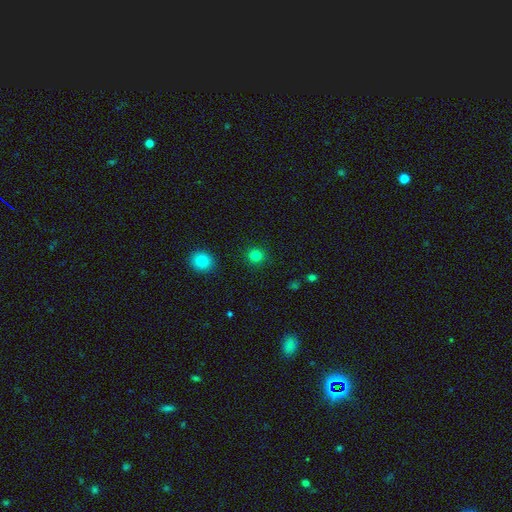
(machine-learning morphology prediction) Overall: smooth (82%). How rounded: round (92%). Merging: none (91%).